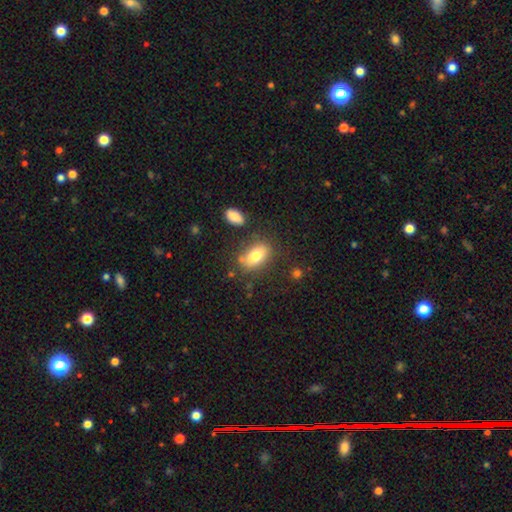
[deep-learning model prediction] This appears to be a smooth galaxy with no disk features (79%) that is in between round and cigar-shaped (88%). Merging: none (73%).